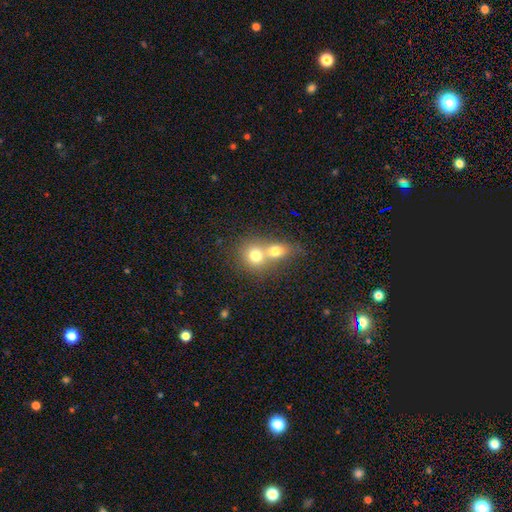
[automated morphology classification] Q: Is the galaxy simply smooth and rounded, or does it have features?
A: smooth — 73%.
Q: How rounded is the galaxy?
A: round — 75%.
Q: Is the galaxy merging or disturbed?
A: merger — 66%.